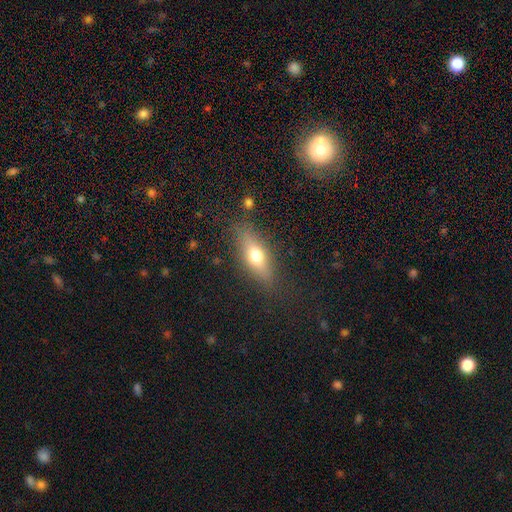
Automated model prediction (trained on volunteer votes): Q: Smooth or featured?
A: smooth (61%); runner-up: featured or disk (31%)
Q: How rounded?
A: in between (59%); runner-up: cigar-shaped (35%)
Q: Merging?
A: none (82%); runner-up: minor disturbance (12%)